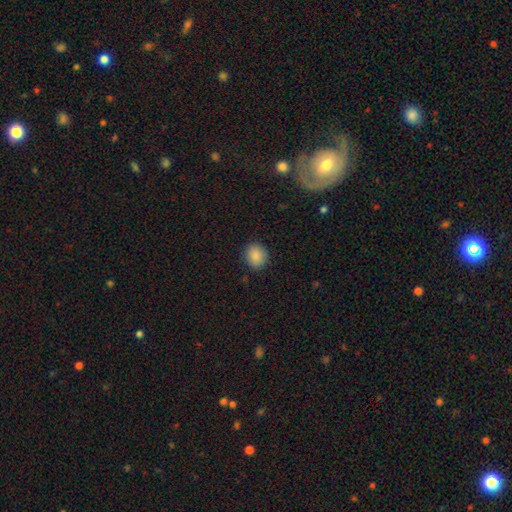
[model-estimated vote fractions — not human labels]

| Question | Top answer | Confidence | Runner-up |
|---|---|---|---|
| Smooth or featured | smooth | 88% | star or artifact (9%) |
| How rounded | round | 73% | in between (27%) |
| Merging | none | 89% | minor disturbance (8%) |